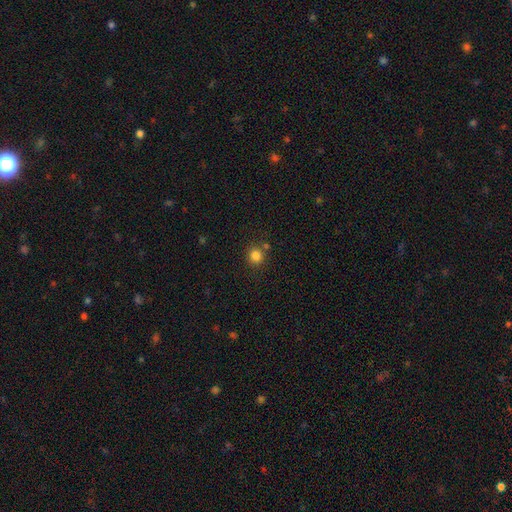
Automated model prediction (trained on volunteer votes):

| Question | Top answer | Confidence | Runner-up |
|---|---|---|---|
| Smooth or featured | smooth | 83% | star or artifact (12%) |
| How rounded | round | 87% | in between (12%) |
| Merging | none | 77% | merger (10%) |